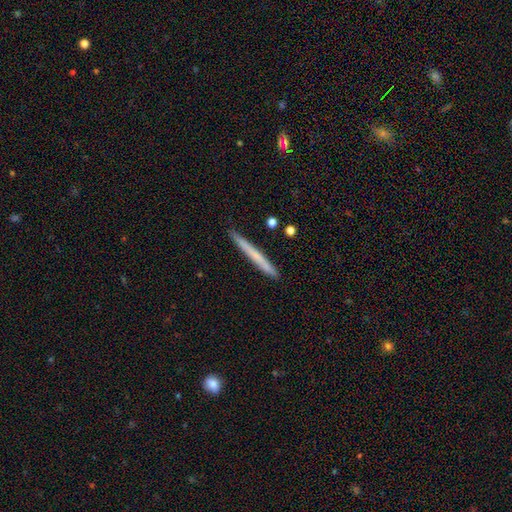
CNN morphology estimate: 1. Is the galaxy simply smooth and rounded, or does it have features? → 58% smooth, 35% featured or disk, 6% star or artifact.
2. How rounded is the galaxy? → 97% cigar-shaped, 2% in between, 1% round.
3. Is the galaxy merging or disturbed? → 90% none, 7% minor disturbance, 1% merger, 1% major disturbance.